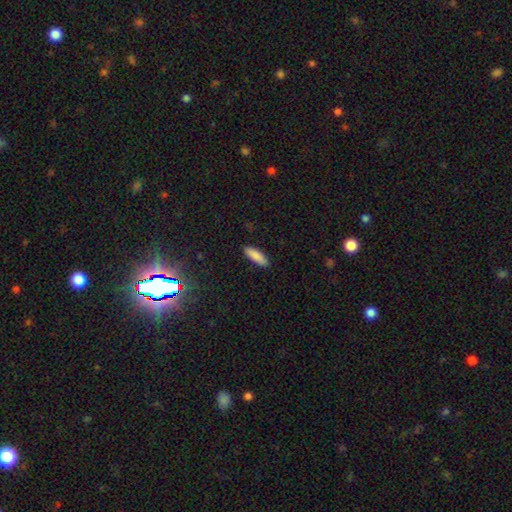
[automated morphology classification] smooth_or_featured: smooth (p=0.88) [alt: star or artifact p=0.06]
how_rounded: cigar-shaped (p=0.49) [tied with: in between p=0.49]
merging: none (p=0.89) [alt: minor disturbance p=0.08]